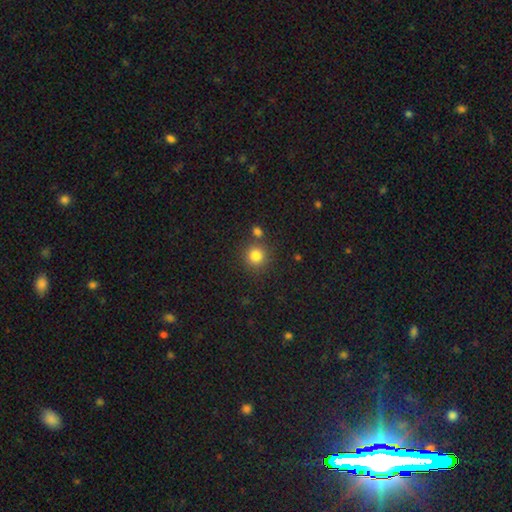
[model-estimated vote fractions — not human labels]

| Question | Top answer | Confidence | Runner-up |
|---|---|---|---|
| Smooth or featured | smooth | 82% | star or artifact (12%) |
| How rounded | round | 92% | in between (7%) |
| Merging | none | 79% | merger (10%) |